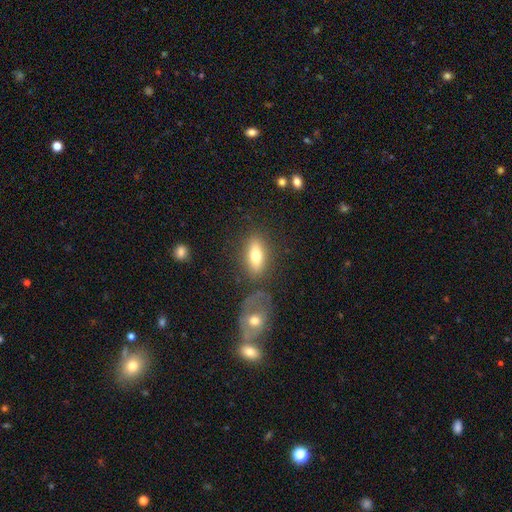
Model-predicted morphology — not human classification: type=smooth (67%); roundness=in between (77%); merging=none (75%).